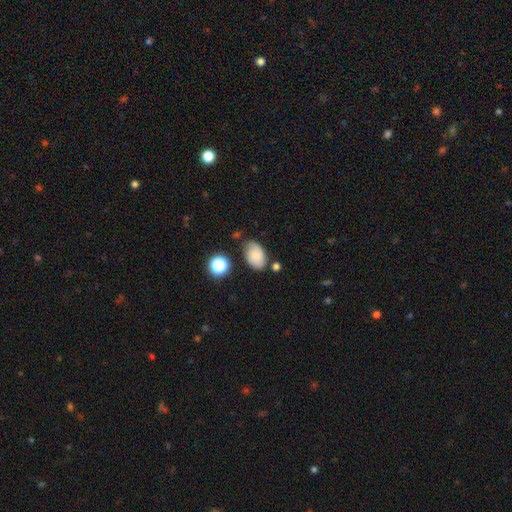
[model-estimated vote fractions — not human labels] Smooth or featured: smooth — 72% (featured or disk — 17%)
How rounded: in between — 84% (round — 15%)
Merging: none — 62% (minor disturbance — 25%)